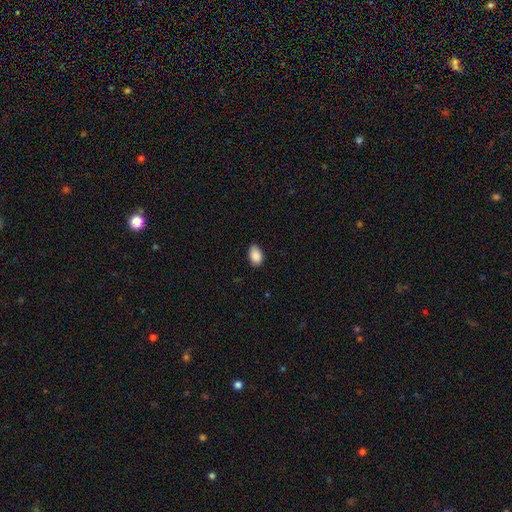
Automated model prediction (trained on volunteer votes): This appears to be a smooth galaxy with no disk features (89%) that is in between round and cigar-shaped (89%). Merging: none (79%).